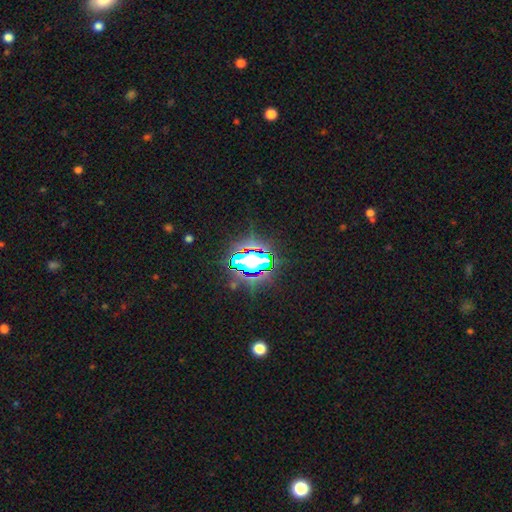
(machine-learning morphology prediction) This is likely a star or artifact rather than a galaxy (80%).